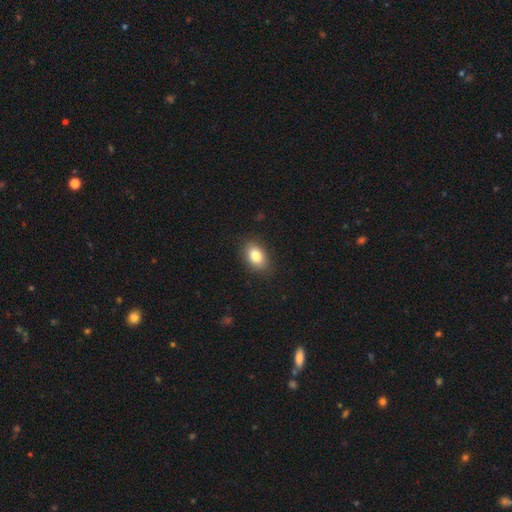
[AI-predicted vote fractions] smooth 84%, featured or disk 8%, star or artifact 8%. Down the decision tree: how rounded — in between (83%); merging — none (86%).